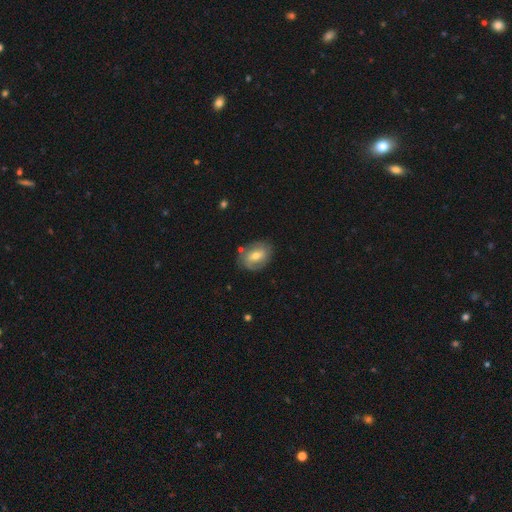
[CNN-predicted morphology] featured or disk 53%, smooth 39%, star or artifact 8%. Down the decision tree: edge-on disk — no (94%); bar — no (43%); spiral arms — yes (73%); bulge size — moderate (61%); merging — none (72%).